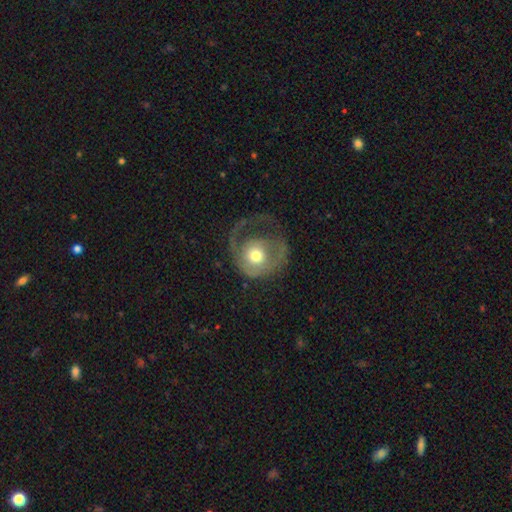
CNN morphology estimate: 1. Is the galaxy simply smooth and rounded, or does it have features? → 57% featured or disk, 37% smooth, 6% star or artifact.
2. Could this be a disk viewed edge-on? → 97% no, 3% yes.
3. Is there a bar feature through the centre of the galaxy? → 81% no, 15% weak, 4% strong.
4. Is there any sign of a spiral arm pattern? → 61% yes, 39% no.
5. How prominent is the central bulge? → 68% moderate, 15% small, 14% large, 2% dominant, 1% none.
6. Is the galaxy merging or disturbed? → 53% major disturbance, 28% none, 17% minor disturbance, 2% merger.